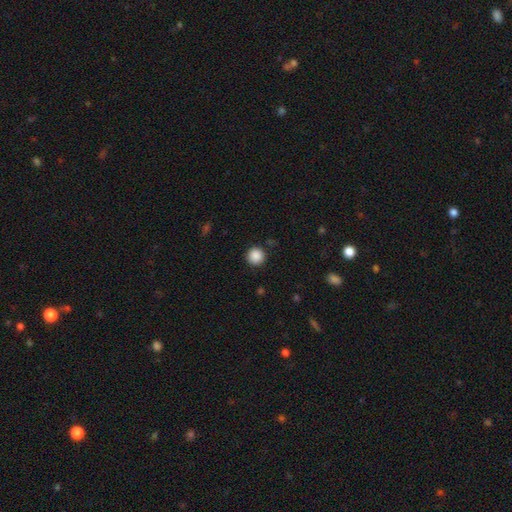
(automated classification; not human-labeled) Smooth or featured?
  - smooth: 88% *
  - star or artifact: 10%
  - featured or disk: 3%
How rounded?
  - round: 95% *
  - in between: 4%
  - cigar-shaped: 1%
Merging?
  - none: 91% *
  - minor disturbance: 6%
  - major disturbance: 2%
  - merger: 1%